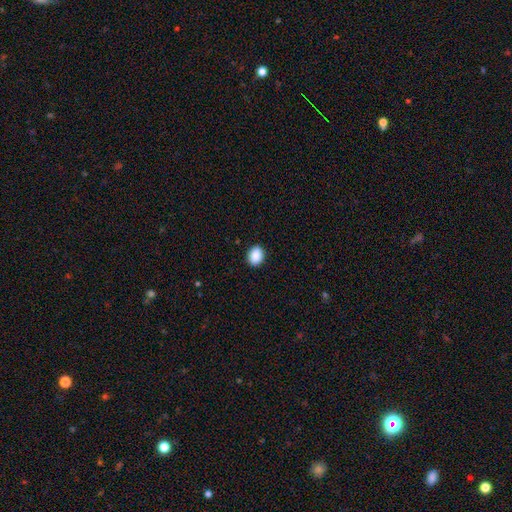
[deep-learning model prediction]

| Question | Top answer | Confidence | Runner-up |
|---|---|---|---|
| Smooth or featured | smooth | 90% | star or artifact (7%) |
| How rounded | in between | 59% | round (40%) |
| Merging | none | 90% | minor disturbance (7%) |